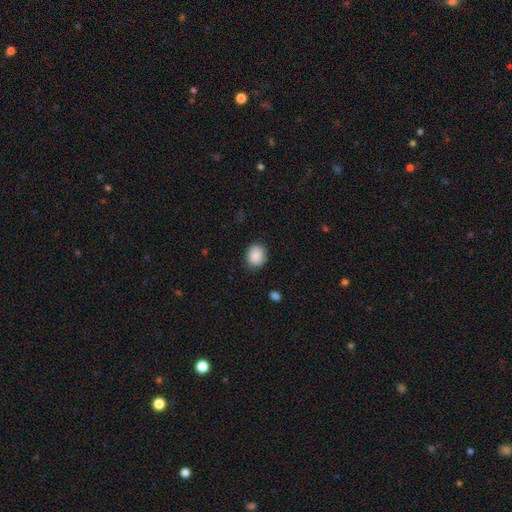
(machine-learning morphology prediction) Q: Smooth or featured?
A: smooth (88%); runner-up: star or artifact (8%)
Q: How rounded?
A: round (64%); runner-up: in between (35%)
Q: Merging?
A: none (85%); runner-up: minor disturbance (11%)